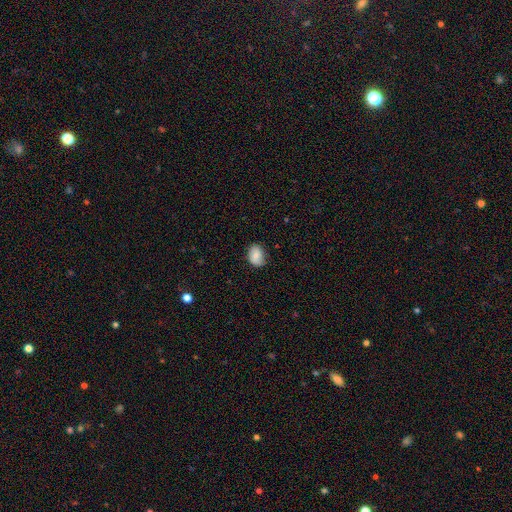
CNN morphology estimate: smooth_or_featured: smooth (p=0.82) [alt: featured or disk p=0.10]
how_rounded: in between (p=0.67) [alt: round p=0.32]
merging: none (p=0.77) [alt: minor disturbance p=0.19]